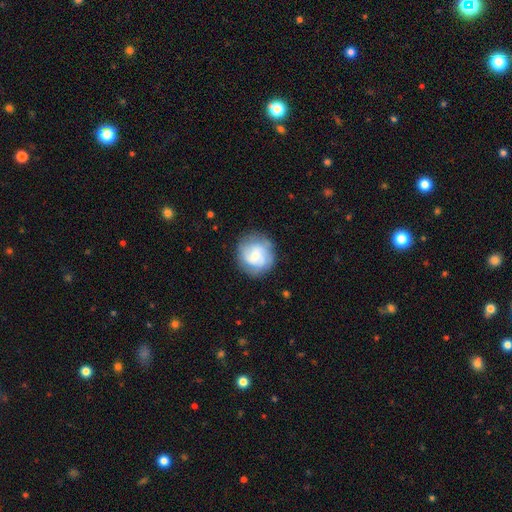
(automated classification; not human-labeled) Smooth or featured? smooth (47%)
Merging? none (77%)